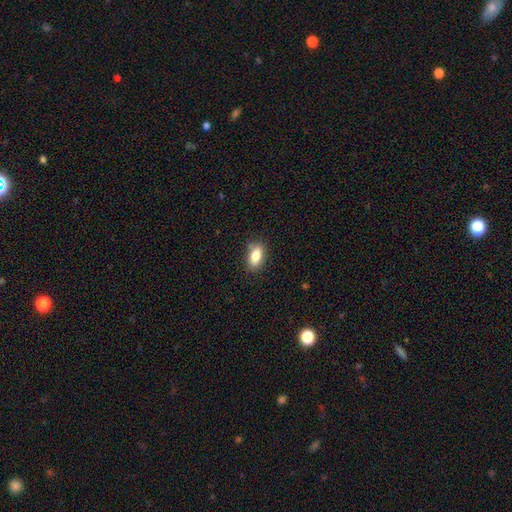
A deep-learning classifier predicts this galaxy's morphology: Smooth or featured: smooth — 84% (star or artifact — 8%)
How rounded: in between — 89% (round — 7%)
Merging: none — 81% (minor disturbance — 14%)